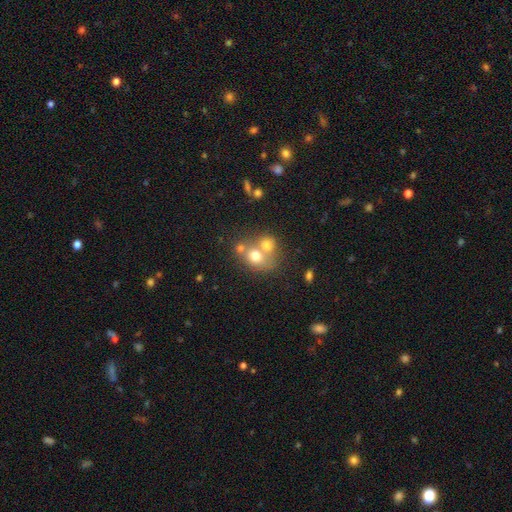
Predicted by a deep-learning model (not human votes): Q: Smooth or featured?
A: smooth (69%); runner-up: featured or disk (20%)
Q: How rounded?
A: round (65%); runner-up: in between (34%)
Q: Merging?
A: merger (55%); runner-up: none (32%)